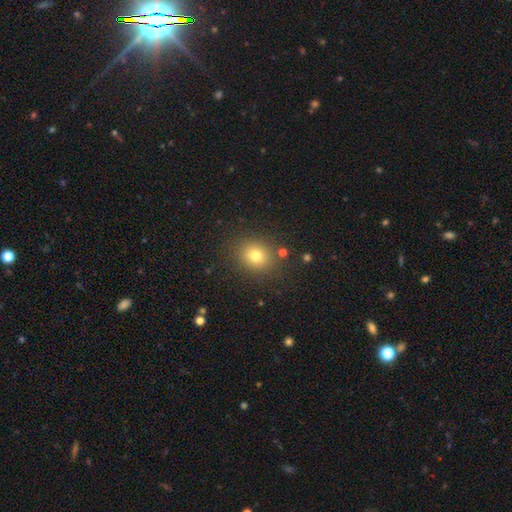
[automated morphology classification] This is likely a smooth galaxy (75%). How rounded: likely round (71%). Merging: clearly none (86%).